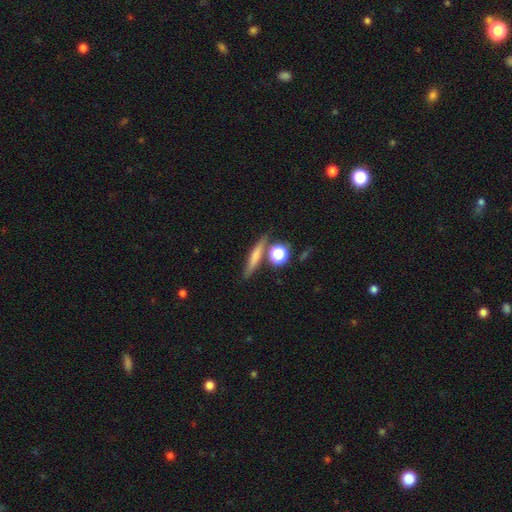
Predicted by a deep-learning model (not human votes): Overall: smooth (54%; featured or disk 35%). How rounded: cigar-shaped (74%). Merging: none (76%).